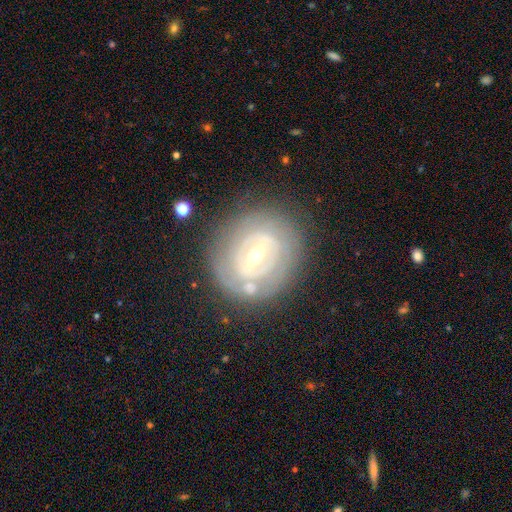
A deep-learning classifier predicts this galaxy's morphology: Smooth or featured: featured or disk — 77% (smooth — 17%)
Edge-on disk: no — 95% (yes — 5%)
Bar: weak — 42% (strong — 33%)
Spiral arms: yes — 55% (no — 45%)
Bulge size: small — 53% (moderate — 43%)
Merging: none — 77% (minor disturbance — 14%)